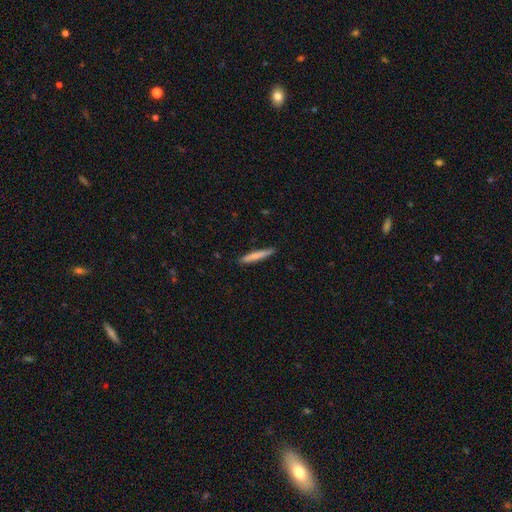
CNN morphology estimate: Smooth or featured?
  - smooth: 78% *
  - featured or disk: 17%
  - star or artifact: 6%
How rounded?
  - cigar-shaped: 94% *
  - in between: 5%
  - round: 1%
Merging?
  - none: 88% *
  - minor disturbance: 9%
  - major disturbance: 2%
  - merger: 1%